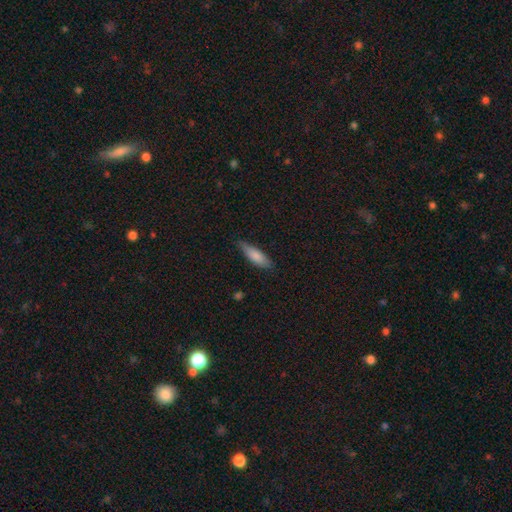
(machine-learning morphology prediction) type=smooth (80%); roundness=cigar-shaped (56%); merging=none (76%).